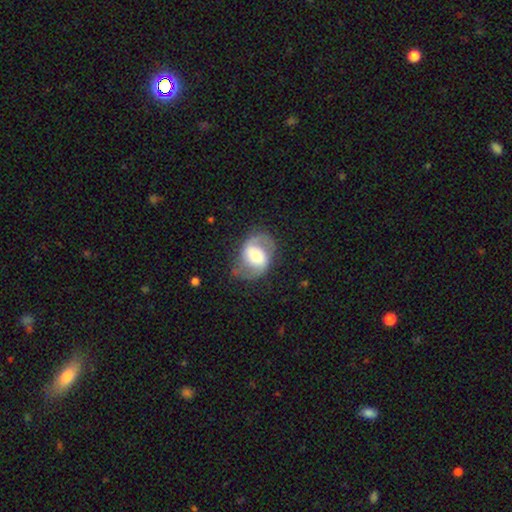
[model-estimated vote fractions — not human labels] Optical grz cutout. It shows a featured or disk galaxy (73%) with a weak bar (40%), 2 (89%) medium (48%) spiral arms (84%) and a moderate central bulge (58%). Merging: none (70%).